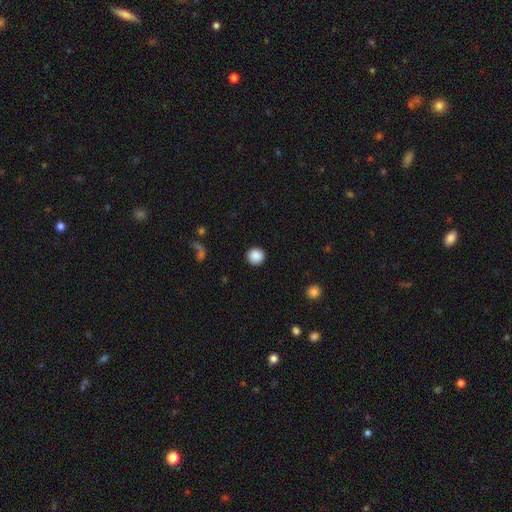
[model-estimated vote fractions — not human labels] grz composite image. It shows a smooth galaxy with no disk features (89%) that is round (95%). Merging: none (92%).